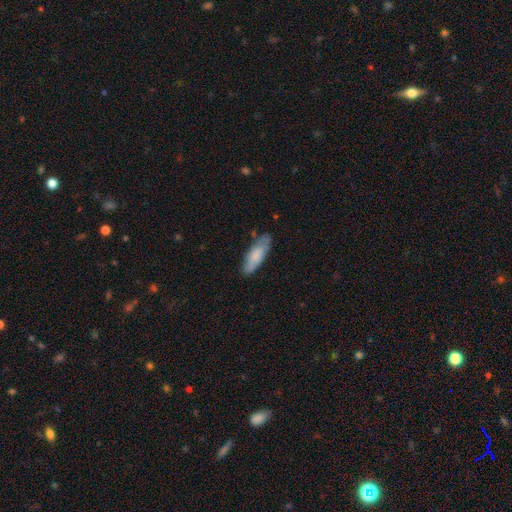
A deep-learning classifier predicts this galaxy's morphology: Overall: smooth (73%). How rounded: in between (58%; cigar-shaped 40%). Merging: none (71%).